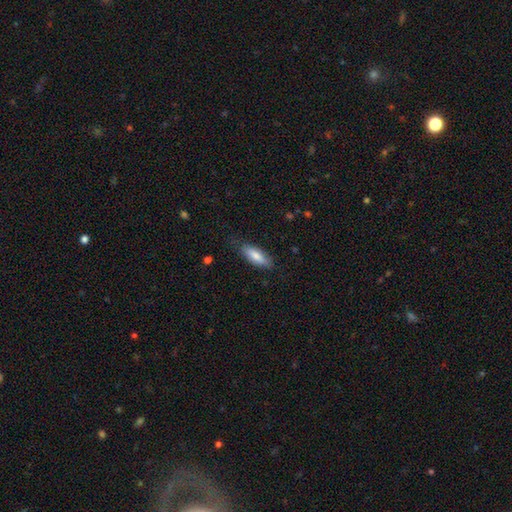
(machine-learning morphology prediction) The model was most divided on "how rounded": in between: 59%, cigar-shaped: 39%, round: 2%. More confident: smooth or featured — smooth (79%); merging — none (78%).